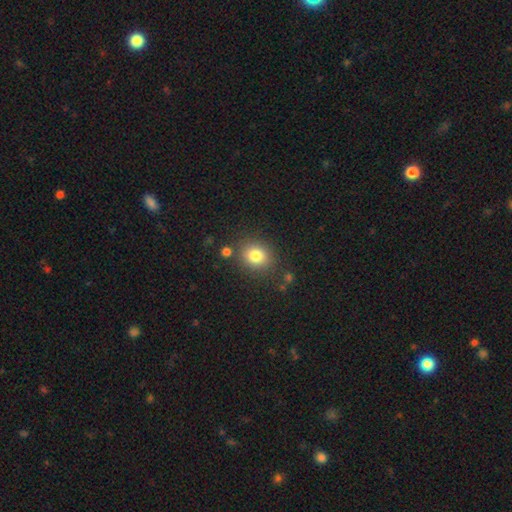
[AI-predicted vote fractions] Smooth or featured?
  - smooth: 80% *
  - star or artifact: 12%
  - featured or disk: 8%
How rounded?
  - round: 72% *
  - in between: 27%
  - cigar-shaped: 1%
Merging?
  - none: 82% *
  - minor disturbance: 10%
  - merger: 5%
  - major disturbance: 4%